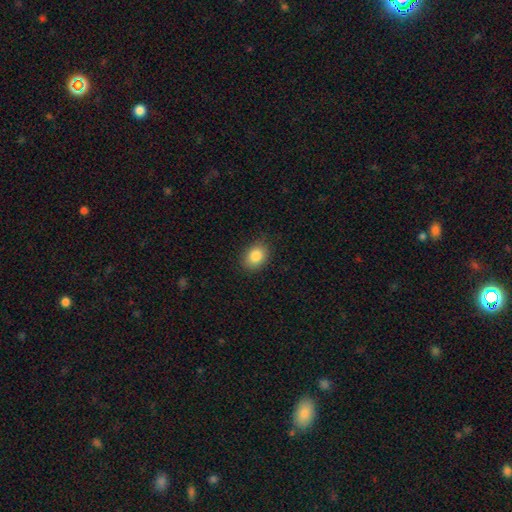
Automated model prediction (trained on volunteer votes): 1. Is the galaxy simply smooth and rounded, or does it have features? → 85% smooth, 9% star or artifact, 6% featured or disk.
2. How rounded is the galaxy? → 65% in between, 33% round, 1% cigar-shaped.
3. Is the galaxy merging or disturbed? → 84% none, 12% minor disturbance, 3% major disturbance, 1% merger.